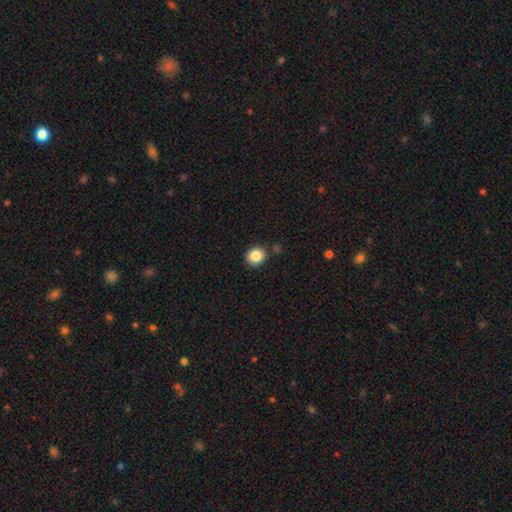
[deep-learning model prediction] Smooth or featured?
  - smooth: 85% *
  - star or artifact: 10%
  - featured or disk: 5%
How rounded?
  - round: 80% *
  - in between: 19%
  - cigar-shaped: 1%
Merging?
  - none: 85% *
  - minor disturbance: 9%
  - merger: 4%
  - major disturbance: 2%